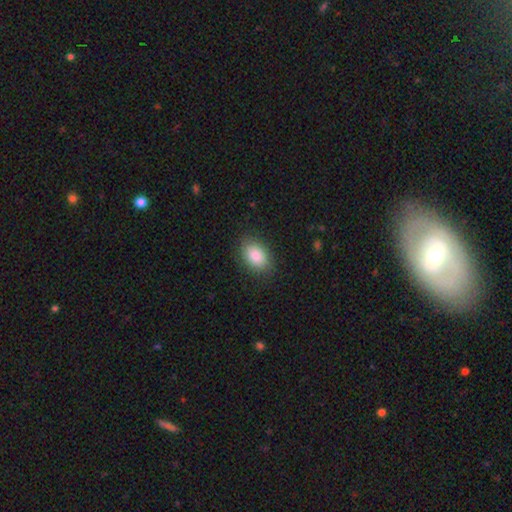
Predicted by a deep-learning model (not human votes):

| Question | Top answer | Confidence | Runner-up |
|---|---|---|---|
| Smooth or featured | smooth | 87% | star or artifact (7%) |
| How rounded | in between | 86% | round (13%) |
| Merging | none | 85% | minor disturbance (11%) |